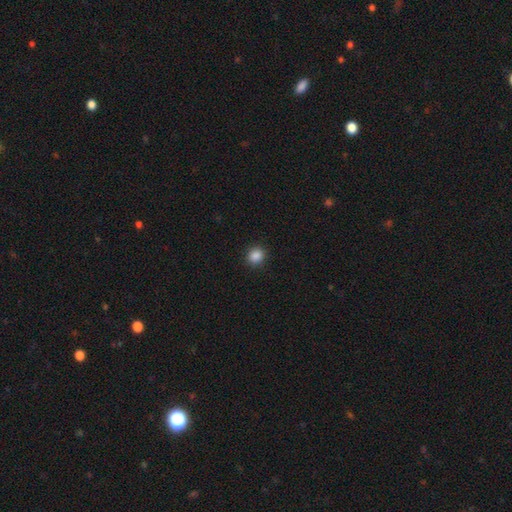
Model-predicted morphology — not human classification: smooth-or-featured: smooth: 87% | star or artifact: 10% | featured or disk: 2%
  how-rounded: round: 82% | in between: 17% | cigar-shaped: 1%
  merging: none: 91% | minor disturbance: 6% | major disturbance: 2% | merger: 1%